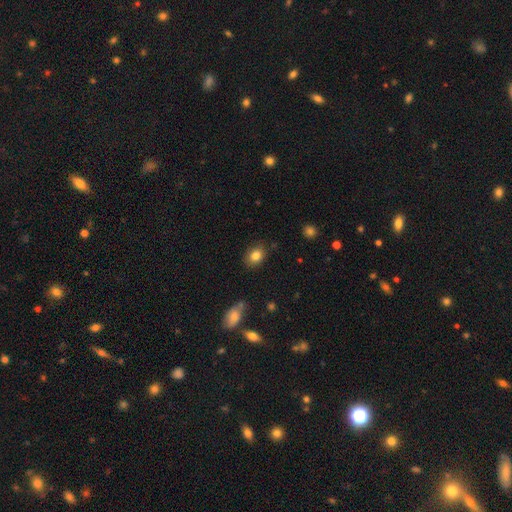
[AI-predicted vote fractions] smooth 83%, star or artifact 9%, featured or disk 8%. Down the decision tree: how rounded — in between (63%); merging — none (83%).